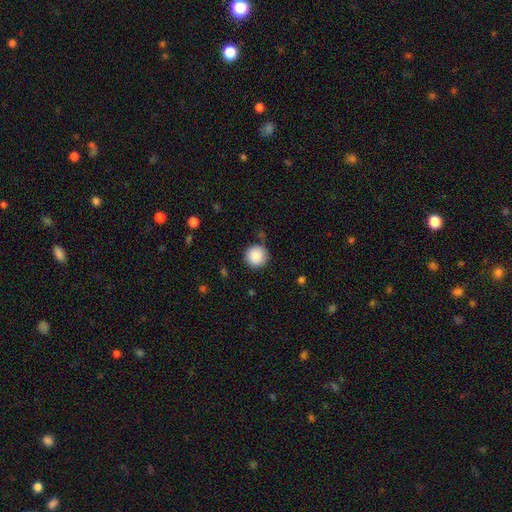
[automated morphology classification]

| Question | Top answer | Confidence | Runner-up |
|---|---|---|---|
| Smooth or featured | smooth | 88% | star or artifact (8%) |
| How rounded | round | 96% | in between (3%) |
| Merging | none | 86% | minor disturbance (9%) |